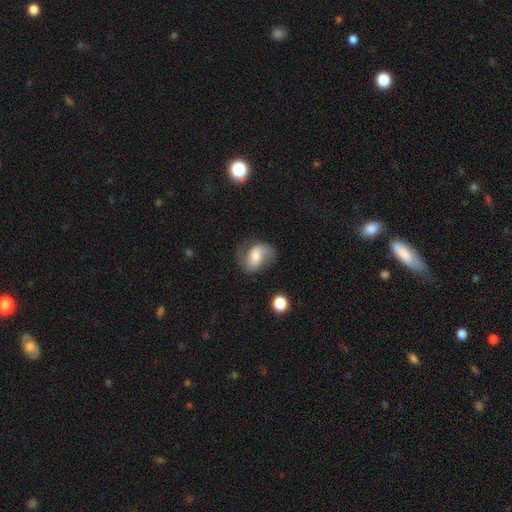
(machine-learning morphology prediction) type=featured or disk (57%); edge-on=no (96%); bar=weak (43%); spiral arms=yes (88%); bulge=moderate (52%); merging=none (63%).